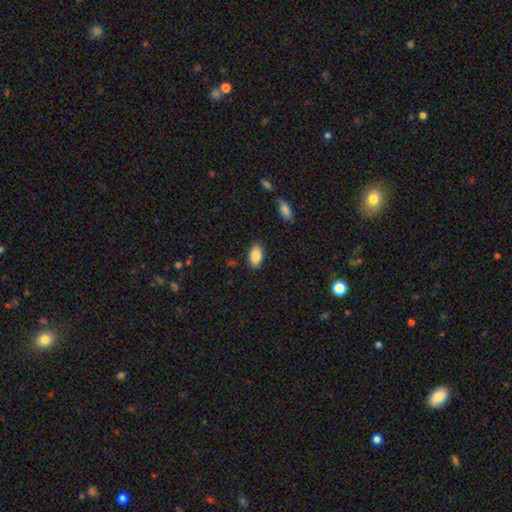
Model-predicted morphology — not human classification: Smooth or featured? smooth (88%)
How rounded? in between (93%)
Merging? none (85%)